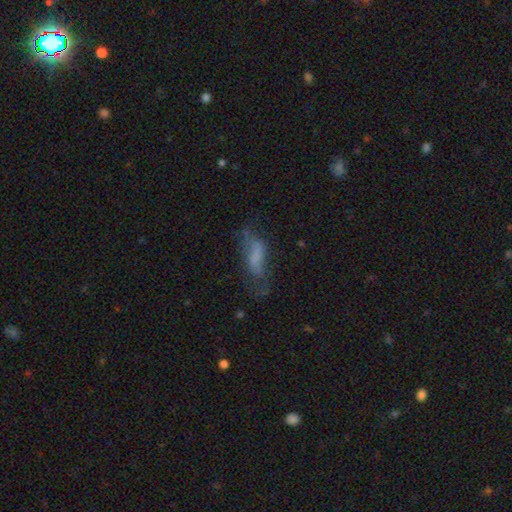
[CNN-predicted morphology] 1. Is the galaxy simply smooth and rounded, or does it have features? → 55% smooth, 33% featured or disk, 12% star or artifact.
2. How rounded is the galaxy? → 62% in between, 35% cigar-shaped, 3% round.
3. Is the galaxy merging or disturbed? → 41% none, 28% major disturbance, 28% minor disturbance, 4% merger.